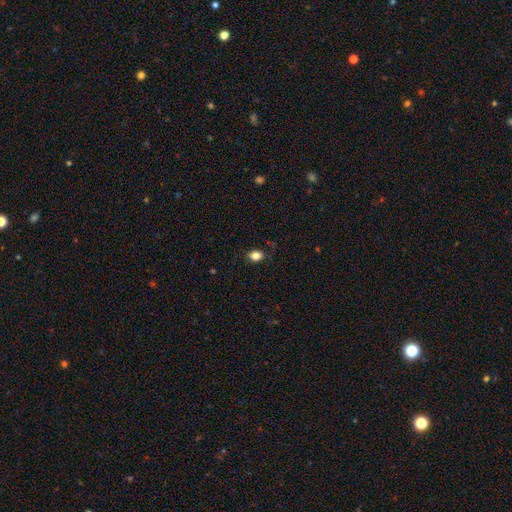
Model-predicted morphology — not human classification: smooth-or-featured: smooth: 83% | star or artifact: 11% | featured or disk: 6%
  how-rounded: in between: 66% | round: 32% | cigar-shaped: 1%
  merging: none: 83% | minor disturbance: 12% | major disturbance: 3% | merger: 1%